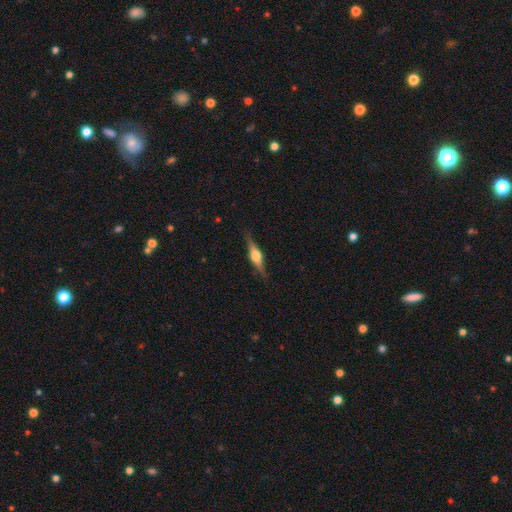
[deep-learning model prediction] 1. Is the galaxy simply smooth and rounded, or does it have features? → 72% featured or disk, 22% smooth, 6% star or artifact.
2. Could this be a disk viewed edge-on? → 97% yes, 3% no.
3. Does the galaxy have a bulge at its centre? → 91% rounded, 7% boxy, 2% none.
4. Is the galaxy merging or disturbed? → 87% none, 10% minor disturbance, 2% major disturbance, 1% merger.